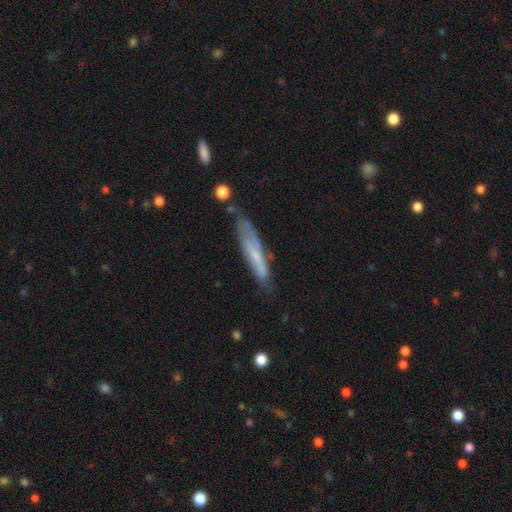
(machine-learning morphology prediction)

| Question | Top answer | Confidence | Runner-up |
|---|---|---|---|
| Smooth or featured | smooth | 47% | featured or disk (46%) |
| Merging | none | 58% | minor disturbance (28%) |